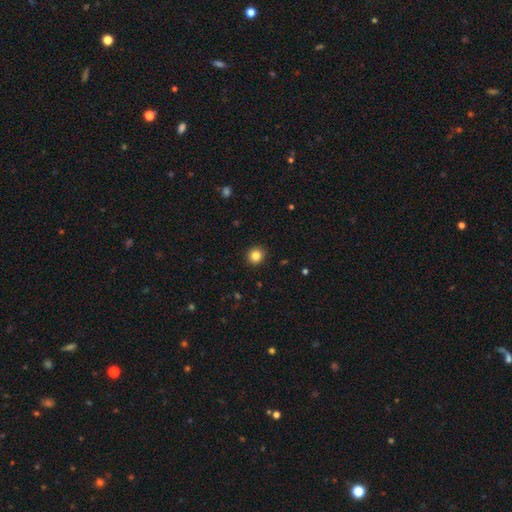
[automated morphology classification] Q: Smooth or featured?
A: smooth (84%); runner-up: star or artifact (11%)
Q: How rounded?
A: round (91%); runner-up: in between (9%)
Q: Merging?
A: none (92%); runner-up: minor disturbance (5%)